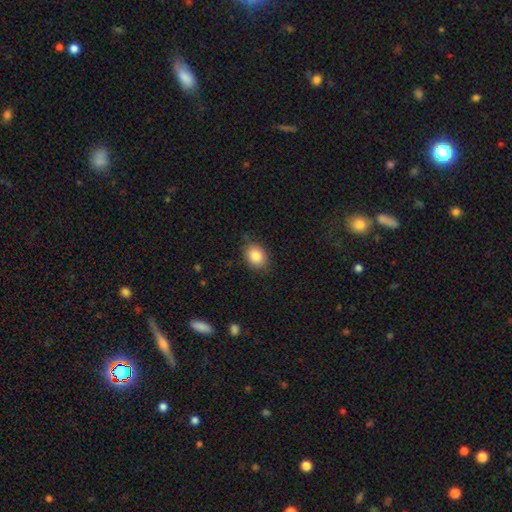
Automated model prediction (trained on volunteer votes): A smooth galaxy with no disk features (85%) that is in between round and cigar-shaped (59%).

Vote fractions:
- Smooth or featured? smooth: 85% / star or artifact: 9% / featured or disk: 7%
- How rounded? in between: 59% / round: 40% / cigar-shaped: 1%
- Merging? none: 81% / minor disturbance: 15% / major disturbance: 3% / merger: 1%